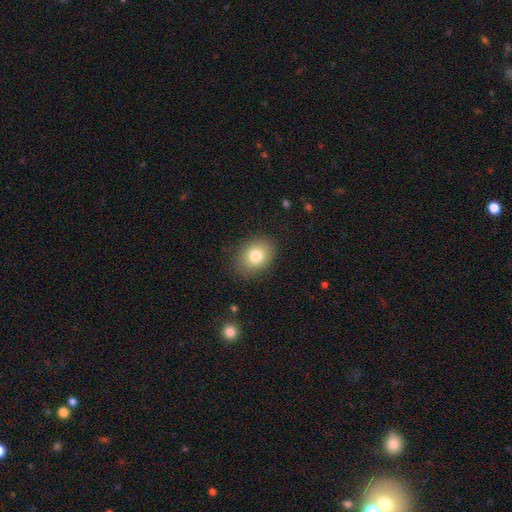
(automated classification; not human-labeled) Q: Smooth or featured?
A: smooth (79%); runner-up: featured or disk (11%)
Q: How rounded?
A: in between (67%); runner-up: round (32%)
Q: Merging?
A: none (85%); runner-up: minor disturbance (11%)